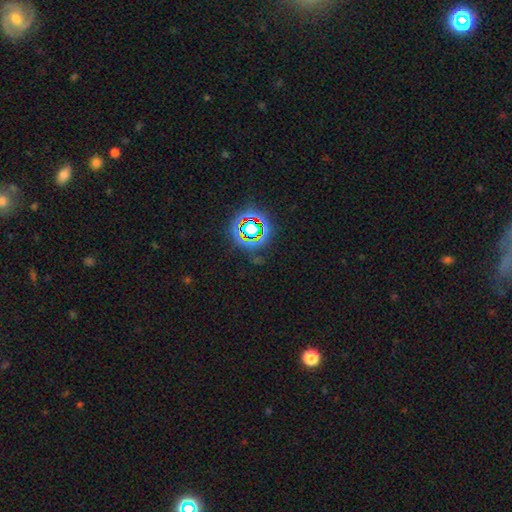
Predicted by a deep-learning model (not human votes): The model was most divided on "smooth or featured": star or artifact: 75%, smooth: 13%, featured or disk: 12%.